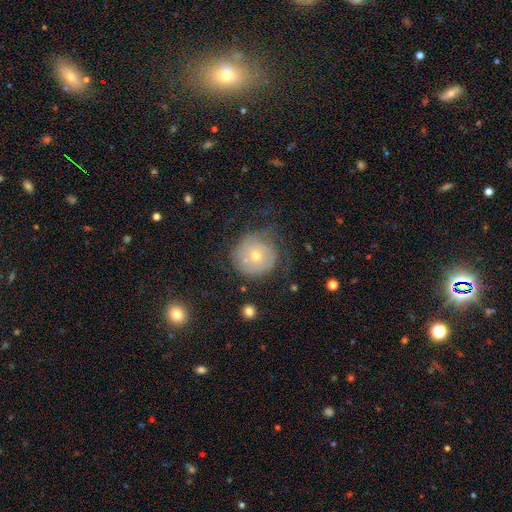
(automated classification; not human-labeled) This appears to be a featured or disk galaxy (49%). Merging: none (57%).